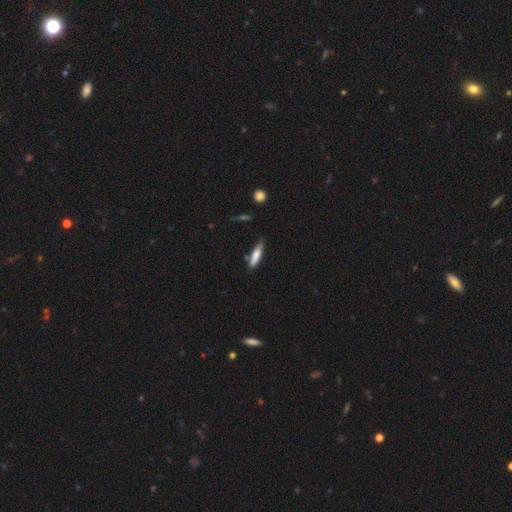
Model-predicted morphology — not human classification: Smooth or featured? Predicted: smooth (p=0.74). How rounded? Predicted: cigar-shaped (p=0.74). Merging? Predicted: none (p=0.70).